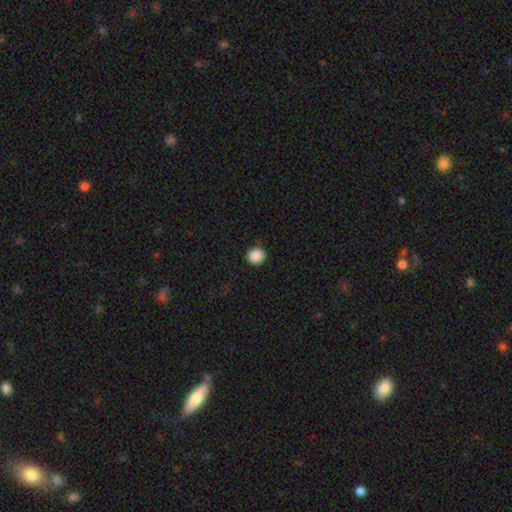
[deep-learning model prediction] Overall: smooth (89%). How rounded: round (92%). Merging: none (92%).